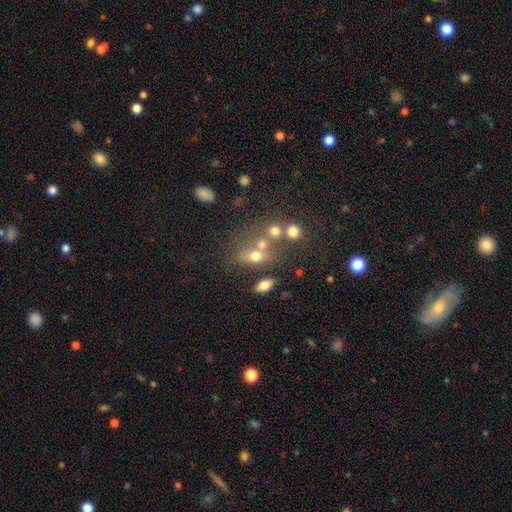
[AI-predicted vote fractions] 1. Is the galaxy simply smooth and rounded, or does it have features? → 61% smooth, 22% featured or disk, 17% star or artifact.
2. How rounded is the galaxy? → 56% in between, 40% round, 4% cigar-shaped.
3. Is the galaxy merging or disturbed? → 41% merger, 37% none, 12% minor disturbance, 9% major disturbance.